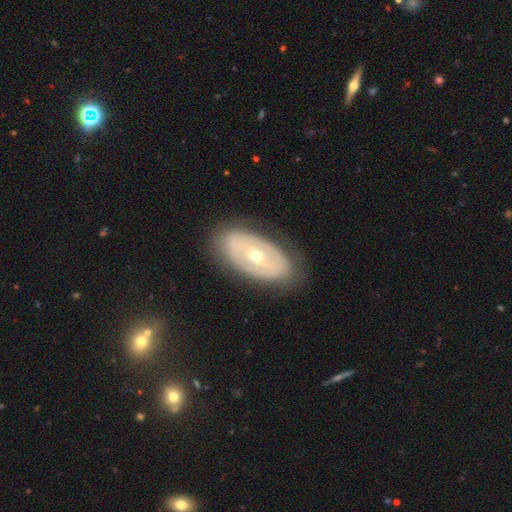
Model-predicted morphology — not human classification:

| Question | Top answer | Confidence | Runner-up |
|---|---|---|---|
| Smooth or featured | featured or disk | 63% | smooth (31%) |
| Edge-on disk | no | 89% | yes (11%) |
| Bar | no | 74% | weak (17%) |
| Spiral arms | no | 79% | yes (21%) |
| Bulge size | small | 51% | moderate (46%) |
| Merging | none | 79% | minor disturbance (14%) |